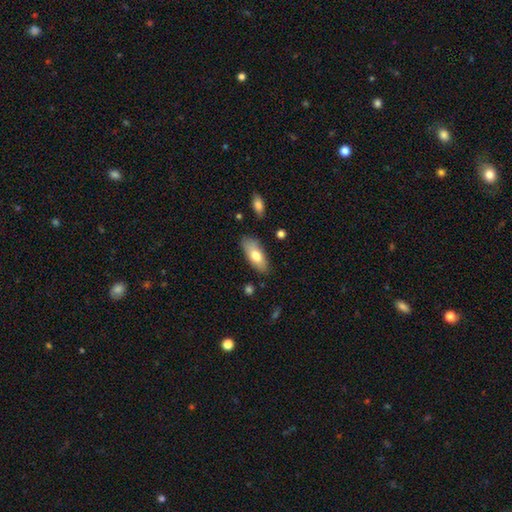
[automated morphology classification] Overall: smooth (73%). How rounded: in between (82%). Merging: none (83%).